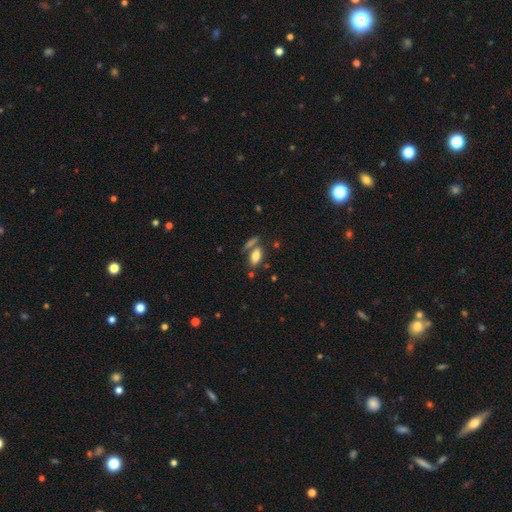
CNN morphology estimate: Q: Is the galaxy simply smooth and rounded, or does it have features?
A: smooth — 77%.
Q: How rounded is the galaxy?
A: in between — 84%.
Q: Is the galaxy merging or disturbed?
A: none — 61%.